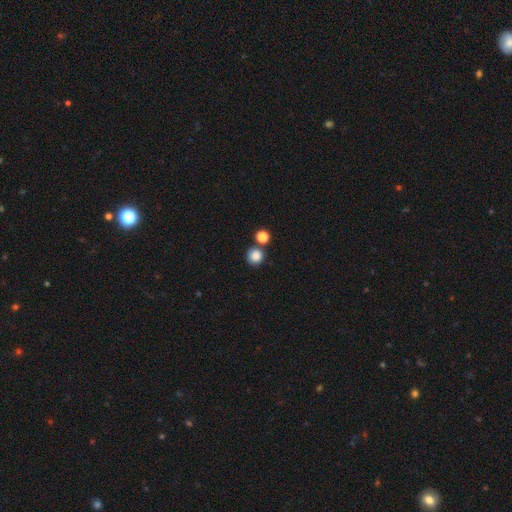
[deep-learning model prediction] Smooth or featured: smooth — 85% (star or artifact — 11%)
How rounded: round — 92% (in between — 7%)
Merging: none — 73% (merger — 16%)